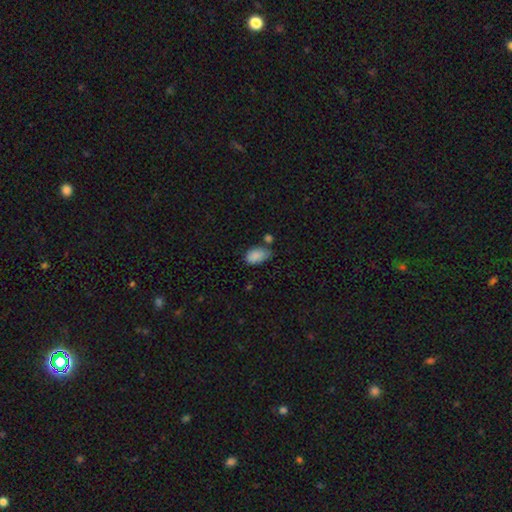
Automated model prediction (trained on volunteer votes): Smooth or featured?
  - smooth: 86% *
  - star or artifact: 8%
  - featured or disk: 6%
How rounded?
  - in between: 92% *
  - round: 6%
  - cigar-shaped: 2%
Merging?
  - none: 53% *
  - minor disturbance: 30%
  - merger: 10%
  - major disturbance: 6%